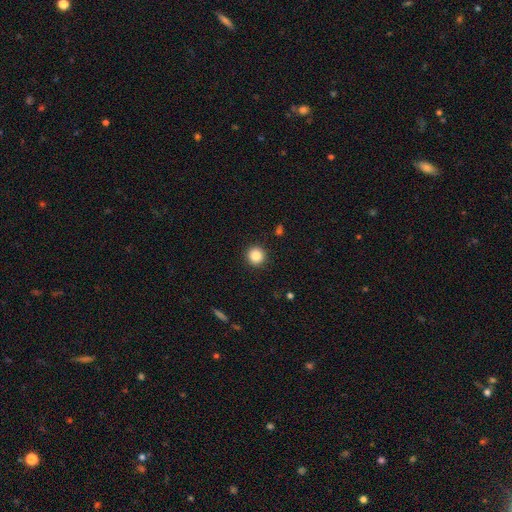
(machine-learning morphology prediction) This is clearly a smooth galaxy (86%). How rounded: clearly round (95%). Merging: clearly none (92%).